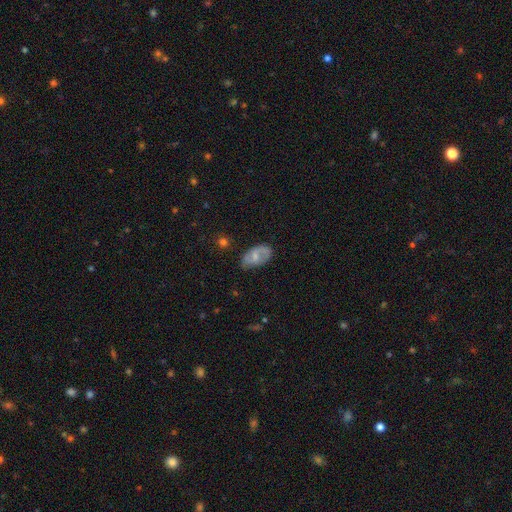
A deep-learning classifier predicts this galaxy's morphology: Smooth or featured?
  - smooth: 51% *
  - featured or disk: 41%
  - star or artifact: 7%
How rounded?
  - in between: 91% *
  - round: 7%
  - cigar-shaped: 2%
Merging?
  - none: 61% *
  - minor disturbance: 28%
  - major disturbance: 9%
  - merger: 2%